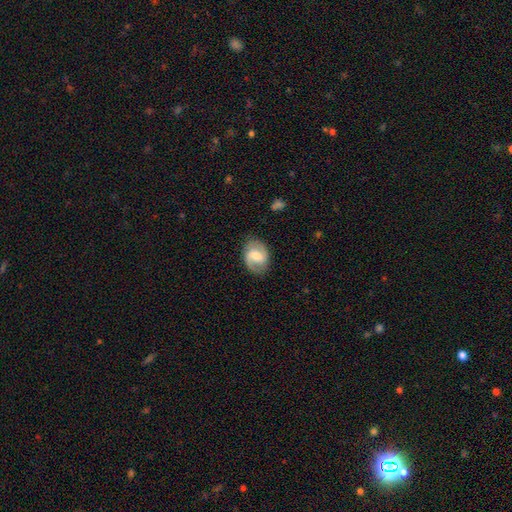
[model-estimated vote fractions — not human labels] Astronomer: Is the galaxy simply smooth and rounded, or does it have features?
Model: featured or disk — 65%.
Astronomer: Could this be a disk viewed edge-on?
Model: no — 97%.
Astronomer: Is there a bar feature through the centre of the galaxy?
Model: weak — 54%.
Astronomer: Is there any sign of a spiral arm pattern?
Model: yes — 88%.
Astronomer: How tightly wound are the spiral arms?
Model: medium — 48% (runner-up: loose, 28%).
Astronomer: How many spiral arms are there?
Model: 2 — 83%.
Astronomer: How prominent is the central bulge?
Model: moderate — 54% (runner-up: small, 32%).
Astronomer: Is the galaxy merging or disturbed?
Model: none — 78%.